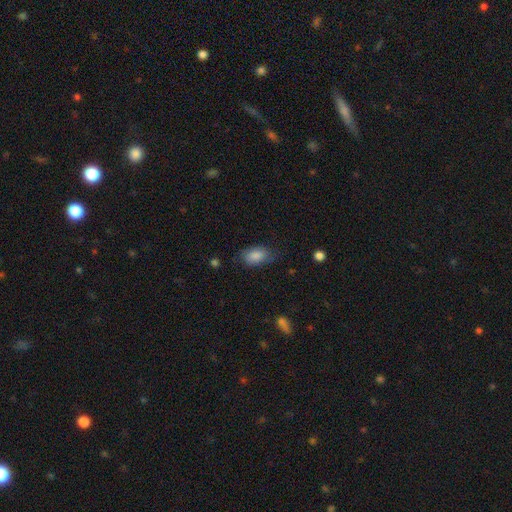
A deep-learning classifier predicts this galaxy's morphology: smooth 86%, featured or disk 8%, star or artifact 7%. Down the decision tree: how rounded — in between (92%); merging — none (71%).